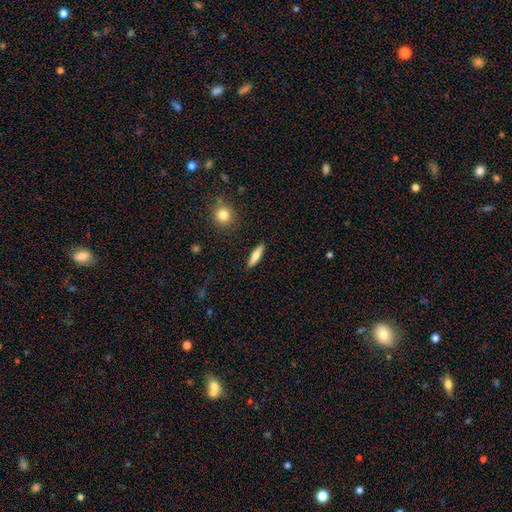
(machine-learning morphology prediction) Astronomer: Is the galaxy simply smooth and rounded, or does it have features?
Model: smooth — 74%.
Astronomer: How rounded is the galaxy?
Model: cigar-shaped — 72%.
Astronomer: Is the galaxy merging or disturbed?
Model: none — 90%.